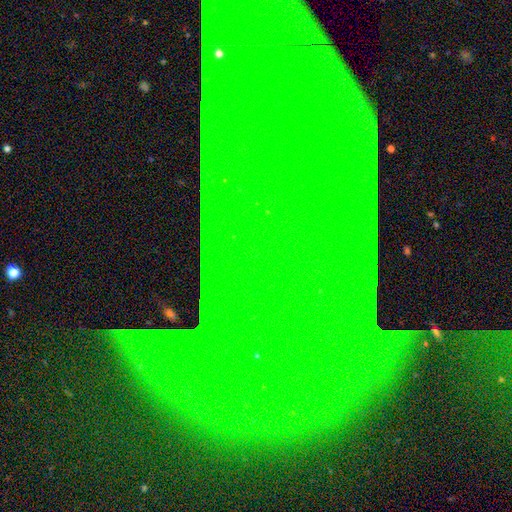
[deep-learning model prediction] smooth_or_featured: star or artifact (p=0.85) [alt: featured or disk p=0.08]